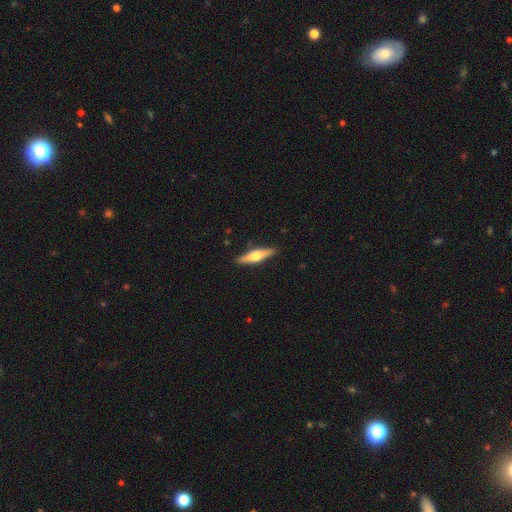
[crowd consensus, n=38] Q: Smooth or featured?
A: featured or disk (66%); runner-up: smooth (32%)
Q: Edge-on disk?
A: yes (96%); runner-up: no (4%)
Q: Edge-on bulge?
A: rounded (92%); runner-up: boxy (4%)
Q: Merging?
A: none (86%); runner-up: minor disturbance (14%)